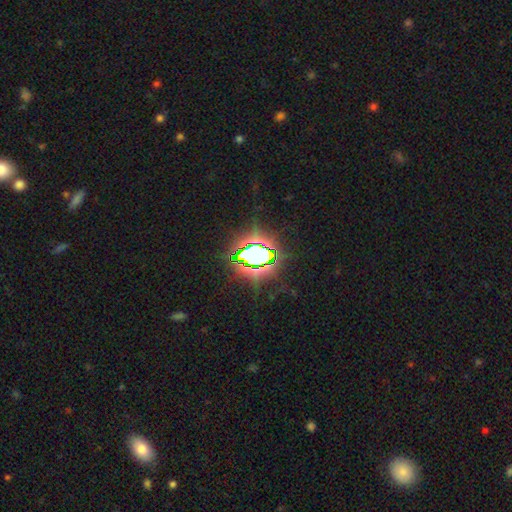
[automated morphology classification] smooth_or_featured: star or artifact (p=0.74) [alt: smooth p=0.14]